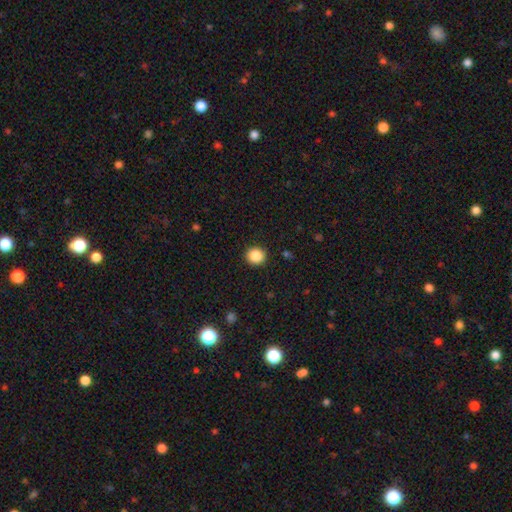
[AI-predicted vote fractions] A smooth galaxy with no disk features (87%) that is round (90%). Merging: none (91%).